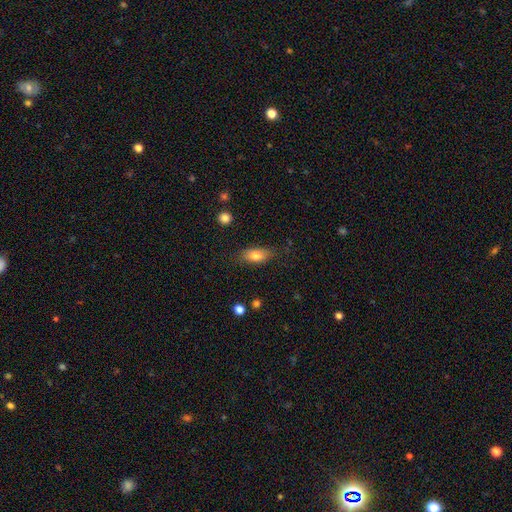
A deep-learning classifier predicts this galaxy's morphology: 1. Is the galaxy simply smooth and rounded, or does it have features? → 78% smooth, 14% featured or disk, 8% star or artifact.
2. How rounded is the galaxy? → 83% in between, 12% cigar-shaped, 6% round.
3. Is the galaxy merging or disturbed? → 79% none, 15% minor disturbance, 4% major disturbance, 1% merger.